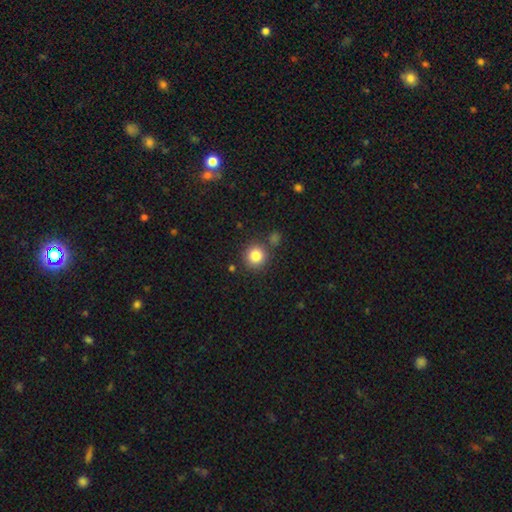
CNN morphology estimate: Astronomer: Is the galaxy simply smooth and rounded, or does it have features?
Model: smooth — 84%.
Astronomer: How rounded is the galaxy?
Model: round — 92%.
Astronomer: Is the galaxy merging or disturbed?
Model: none — 80%.